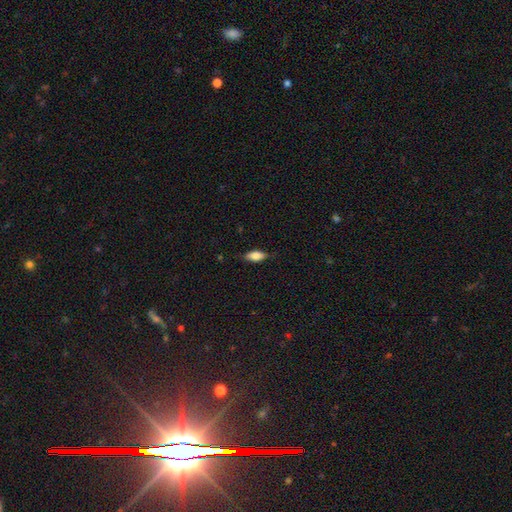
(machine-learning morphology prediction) Q: Smooth or featured?
A: smooth (78%); runner-up: featured or disk (15%)
Q: How rounded?
A: in between (82%); runner-up: cigar-shaped (15%)
Q: Merging?
A: none (78%); runner-up: minor disturbance (17%)